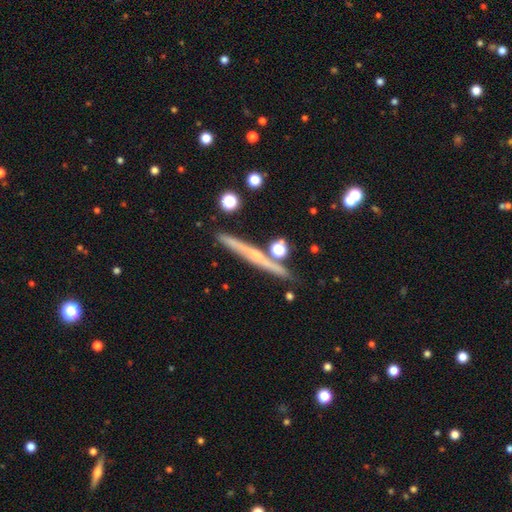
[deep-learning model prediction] A featured or disk galaxy (62%) viewed edge-on (96%) with no central bulge (54%).

Vote fractions:
- Smooth or featured? featured or disk: 62% / smooth: 29% / star or artifact: 9%
- Edge-on disk? yes: 96% / no: 4%
- Edge-on bulge? none: 54% / rounded: 39% / boxy: 7%
- Merging? none: 83% / minor disturbance: 9% / merger: 6% / major disturbance: 2%